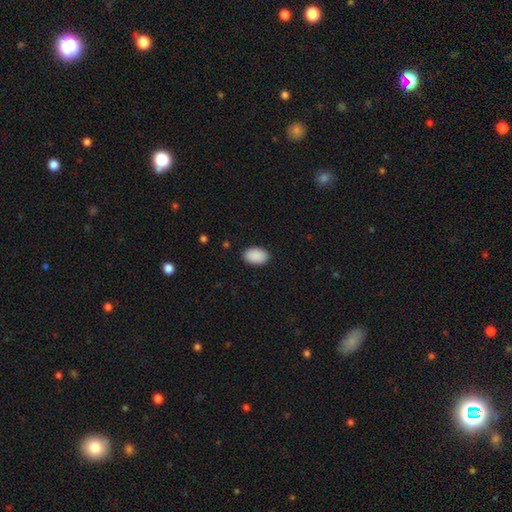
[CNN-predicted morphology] smooth_or_featured: smooth (p=0.91) [alt: star or artifact p=0.06]
how_rounded: in between (p=0.90) [alt: round p=0.09]
merging: none (p=0.90) [alt: minor disturbance p=0.07]